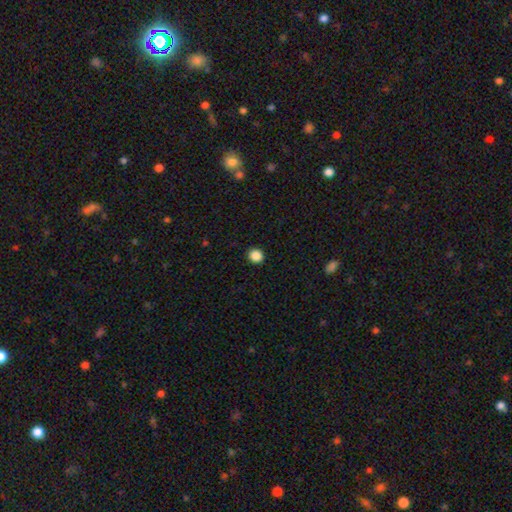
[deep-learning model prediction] A smooth galaxy with no disk features (87%) that is round (90%). Merging: none (93%).